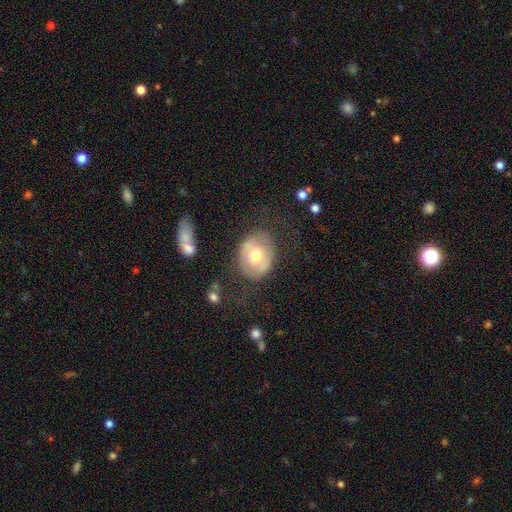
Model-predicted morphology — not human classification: Smooth or featured? Predicted: smooth (p=0.53). How rounded? Predicted: in between (p=0.51). Merging? Predicted: none (p=0.71).